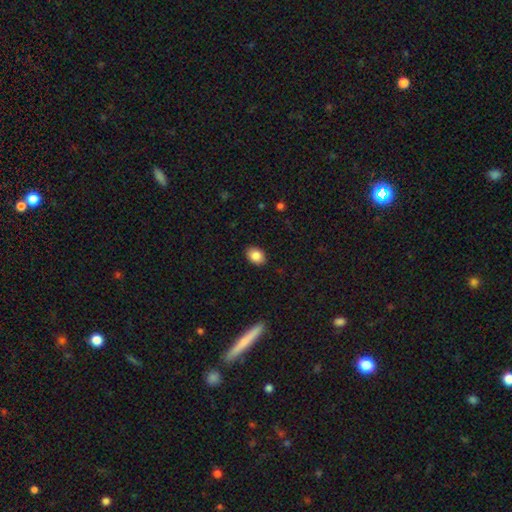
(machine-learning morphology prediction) Smooth or featured?
  - smooth: 86% *
  - star or artifact: 8%
  - featured or disk: 6%
How rounded?
  - in between: 74% *
  - round: 25%
  - cigar-shaped: 1%
Merging?
  - none: 89% *
  - minor disturbance: 8%
  - major disturbance: 2%
  - merger: 1%